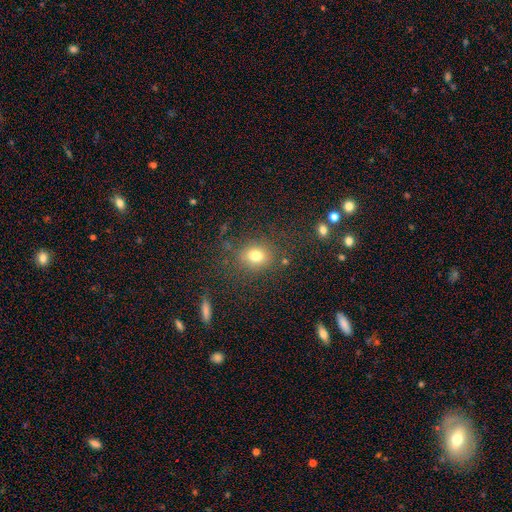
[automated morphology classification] The model was most divided on "how rounded": round: 62%, in between: 37%, cigar-shaped: 1%. More confident: merging — none (78%); smooth or featured — smooth (76%).